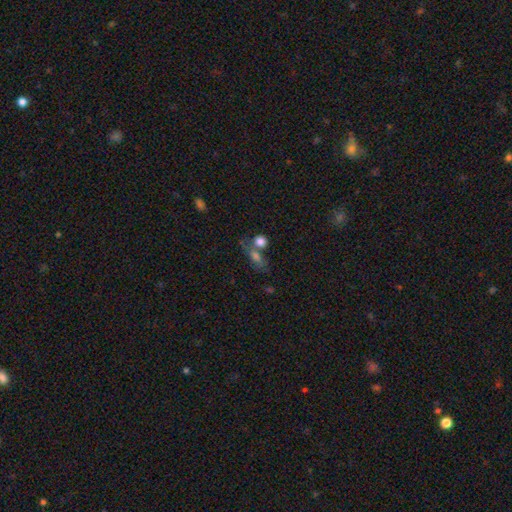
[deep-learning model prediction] A smooth galaxy with no disk features (54%) that is in between round and cigar-shaped (53%). Merging: none (47%).